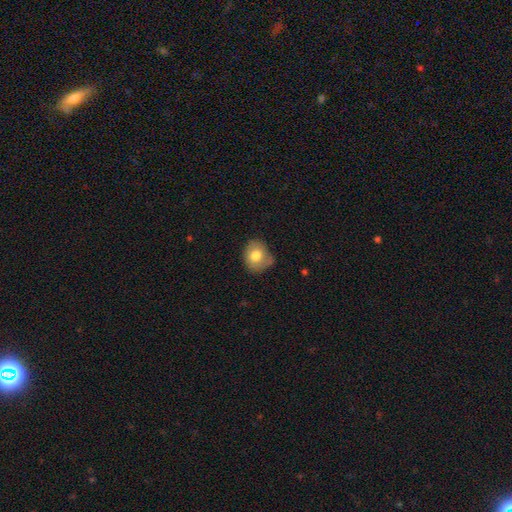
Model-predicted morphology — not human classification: smooth_or_featured: smooth (p=0.75) [alt: featured or disk p=0.17]
how_rounded: round (p=0.59) [alt: in between p=0.40]
merging: none (p=0.57) [alt: minor disturbance p=0.32]